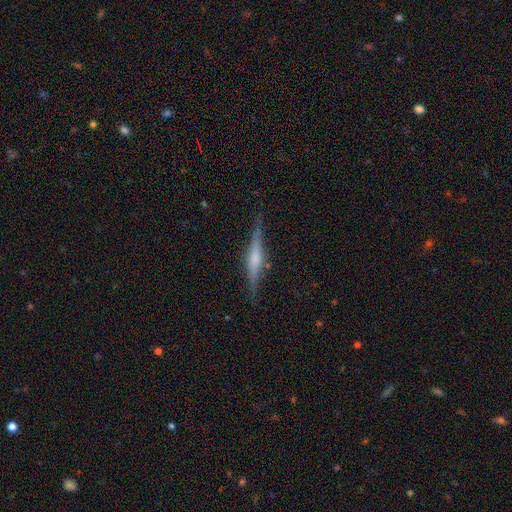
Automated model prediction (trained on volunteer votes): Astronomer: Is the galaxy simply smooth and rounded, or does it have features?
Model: featured or disk — 74%.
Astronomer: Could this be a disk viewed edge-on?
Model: yes — 98%.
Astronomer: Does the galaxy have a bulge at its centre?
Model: rounded — 61%.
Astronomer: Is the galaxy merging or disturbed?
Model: none — 87%.